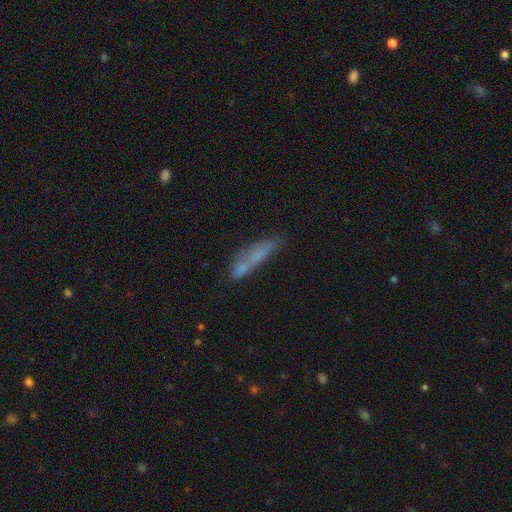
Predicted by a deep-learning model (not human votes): The model was most divided on "merging": none: 50%, minor disturbance: 20%, merger: 19%, major disturbance: 11%. More confident: how rounded — cigar-shaped (75%); smooth or featured — smooth (60%).